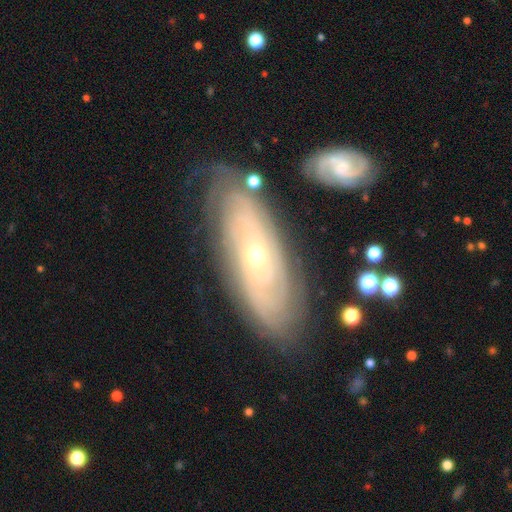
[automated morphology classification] This is likely a featured or disk galaxy (78%). It is clearly not viewed edge-on (85%). Bar: clearly no (80%). Spiral arm pattern: clearly yes (86%). Spiral arm count: possibly can't tell (59%). Spiral winding: likely tight (77%). Central bulge: likely small (65%). Merging: likely none (77%).